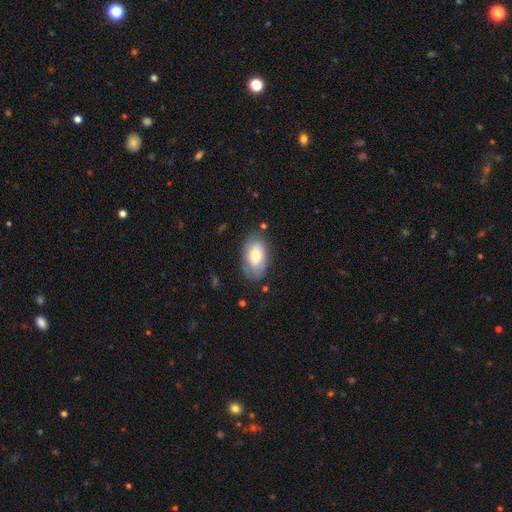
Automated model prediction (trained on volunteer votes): This is likely a smooth galaxy (70%). How rounded: clearly in between (92%). Merging: likely none (76%).